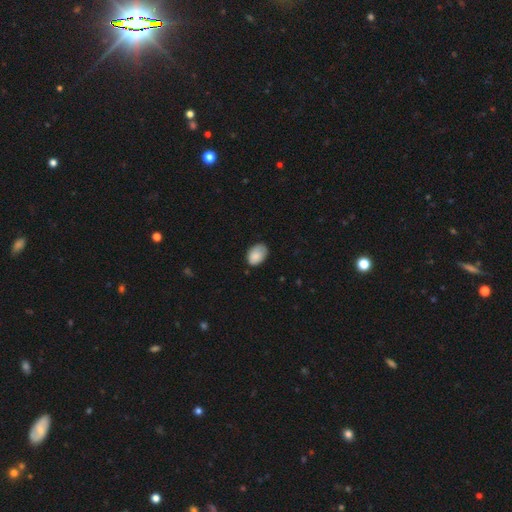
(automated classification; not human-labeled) A smooth galaxy with no disk features (86%) that is in between round and cigar-shaped (85%).

Vote fractions:
- Smooth or featured? smooth: 86% / star or artifact: 7% / featured or disk: 7%
- How rounded? in between: 85% / round: 14% / cigar-shaped: 1%
- Merging? none: 67% / minor disturbance: 27% / major disturbance: 5% / merger: 1%